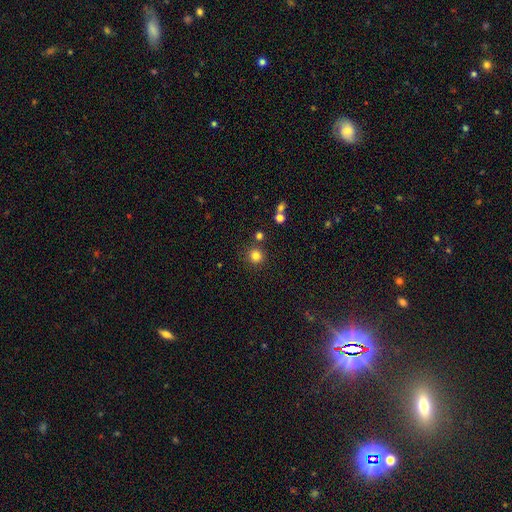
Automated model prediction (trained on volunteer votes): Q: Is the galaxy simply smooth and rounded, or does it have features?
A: smooth — 81%.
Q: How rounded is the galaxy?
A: round — 94%.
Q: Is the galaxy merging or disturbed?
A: none — 84%.